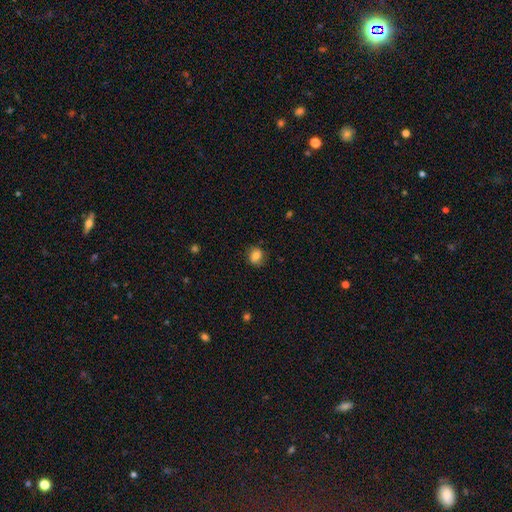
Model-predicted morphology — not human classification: Smooth or featured?
  - smooth: 80% *
  - star or artifact: 10%
  - featured or disk: 10%
How rounded?
  - round: 71% *
  - in between: 28%
  - cigar-shaped: 1%
Merging?
  - none: 80% *
  - minor disturbance: 15%
  - major disturbance: 4%
  - merger: 1%